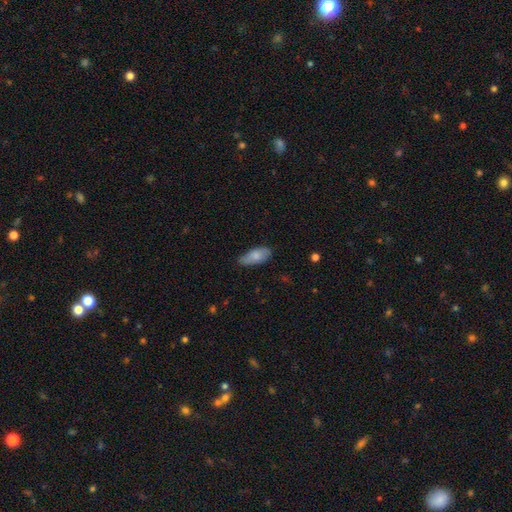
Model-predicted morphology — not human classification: Smooth or featured?
  - smooth: 78% *
  - featured or disk: 16%
  - star or artifact: 6%
How rounded?
  - in between: 85% *
  - cigar-shaped: 12%
  - round: 2%
Merging?
  - none: 62% *
  - minor disturbance: 31%
  - major disturbance: 5%
  - merger: 2%